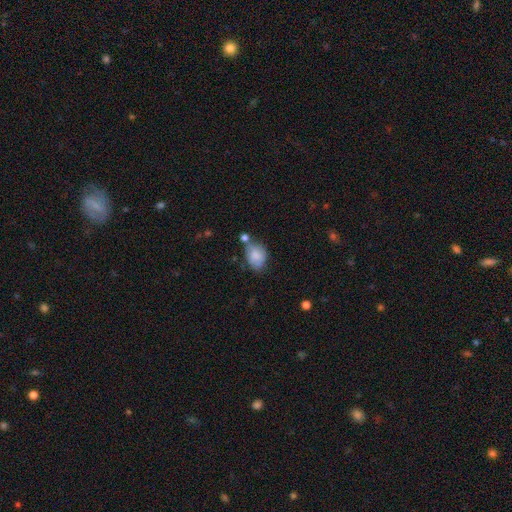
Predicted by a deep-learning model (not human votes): smooth_or_featured: smooth (p=0.81) [alt: featured or disk p=0.11]
how_rounded: in between (p=0.70) [alt: round p=0.29]
merging: none (p=0.50) [alt: minor disturbance p=0.25]